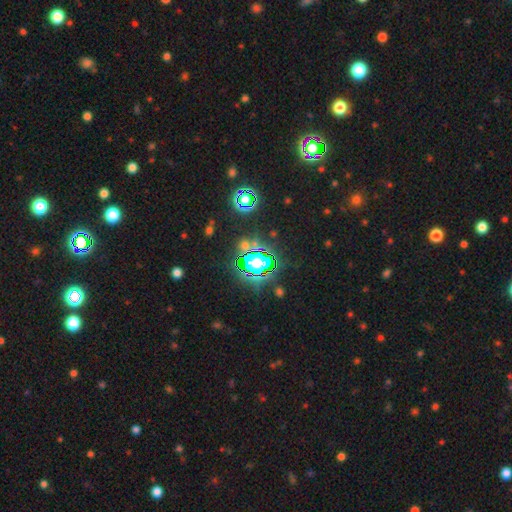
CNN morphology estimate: smooth_or_featured: star or artifact (p=0.79) [alt: smooth p=0.13]